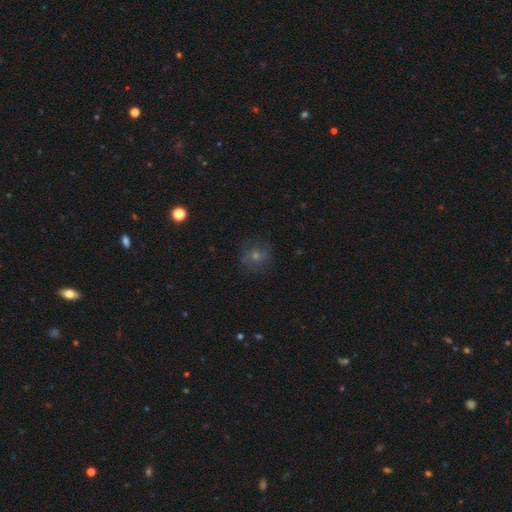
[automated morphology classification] Smooth or featured?
  - smooth: 41% *
  - featured or disk: 31%
  - star or artifact: 28%
Merging?
  - none: 80% *
  - minor disturbance: 12%
  - major disturbance: 6%
  - merger: 1%